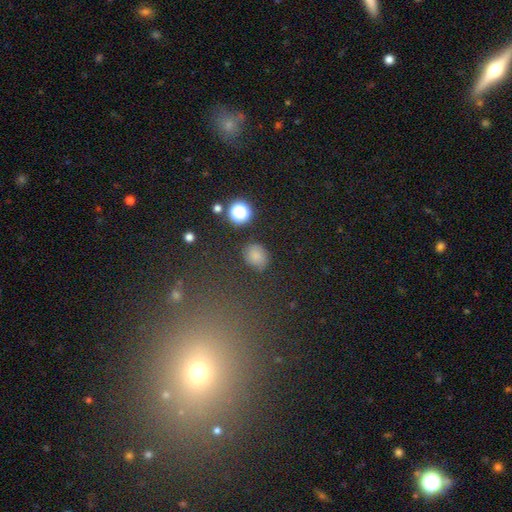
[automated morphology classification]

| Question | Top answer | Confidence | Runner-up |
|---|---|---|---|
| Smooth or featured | smooth | 76% | star or artifact (15%) |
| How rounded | round | 55% | in between (44%) |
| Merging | none | 74% | minor disturbance (18%) |